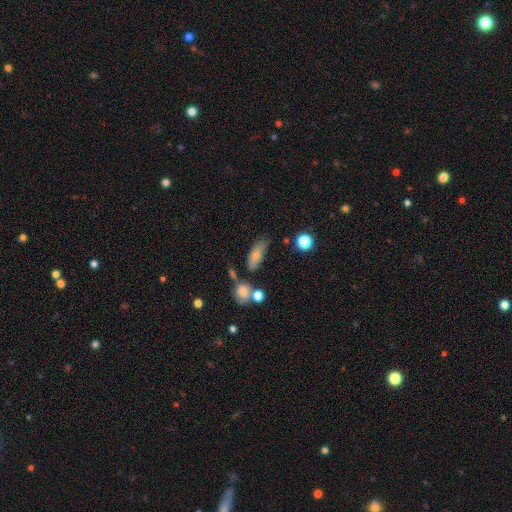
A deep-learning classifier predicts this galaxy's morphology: This is likely a smooth galaxy (74%). How rounded: likely in between (75%). Merging: possibly none (57%).